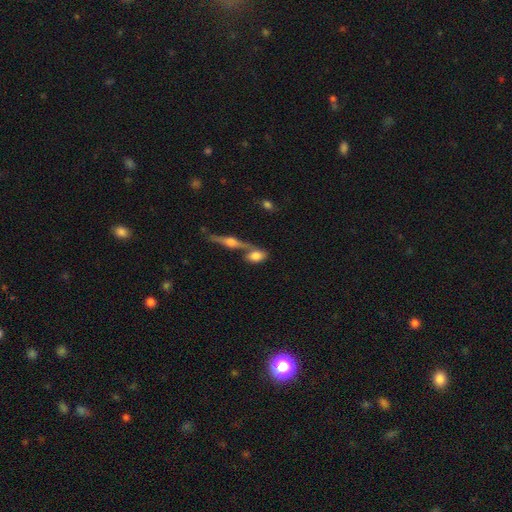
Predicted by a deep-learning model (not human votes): smooth-or-featured: smooth: 65% | featured or disk: 27% | star or artifact: 8%
  how-rounded: in between: 81% | round: 11% | cigar-shaped: 8%
  merging: none: 45% | merger: 38% | minor disturbance: 12% | major disturbance: 5%